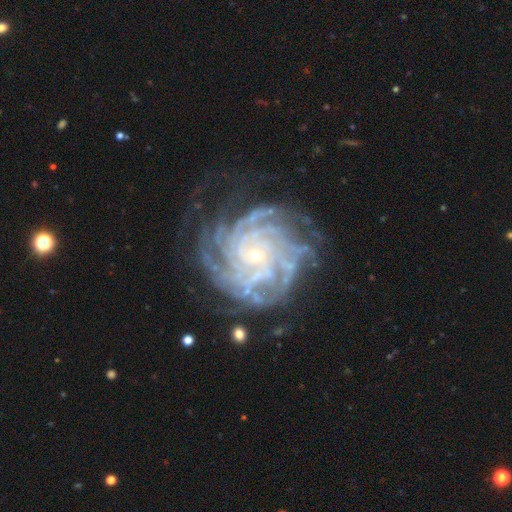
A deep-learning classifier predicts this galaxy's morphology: smooth-or-featured: featured or disk: 90% | star or artifact: 6% | smooth: 4%
  disk-edge-on: no: 98% | yes: 2%
    bar: no: 72% | weak: 20% | strong: 8%
    has-spiral-arms: yes: 98% | no: 2%
      spiral-winding: tight: 78% | medium: 19% | loose: 3%
      spiral-arm-count: more than 4: 38% | 4: 22% | can't tell: 16% | 3: 9% | 2: 7% | 1: 7%
    bulge-size: small: 85% | moderate: 11% | none: 2% | large: 1% | dominant: 1%
  merging: none: 72% | minor disturbance: 17% | major disturbance: 9% | merger: 2%